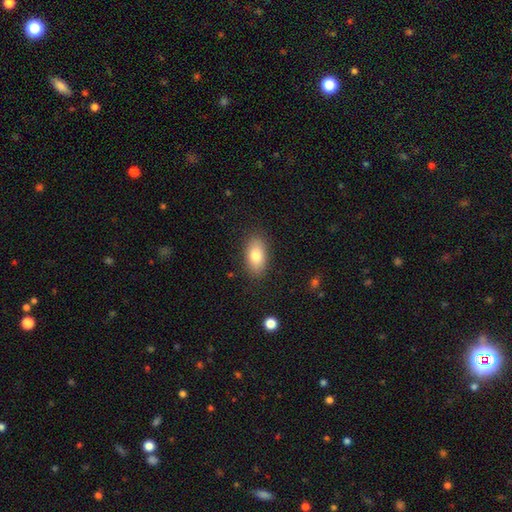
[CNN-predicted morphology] smooth_or_featured: smooth (p=0.80) [alt: featured or disk p=0.12]
how_rounded: in between (p=0.91) [alt: round p=0.05]
merging: none (p=0.86) [alt: minor disturbance p=0.10]